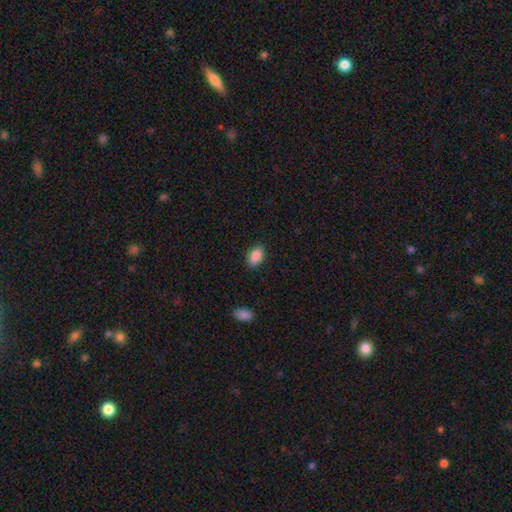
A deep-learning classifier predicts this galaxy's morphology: A smooth galaxy with no disk features (87%) that is in between round and cigar-shaped (90%).

Vote fractions:
- Smooth or featured? smooth: 87% / star or artifact: 8% / featured or disk: 5%
- How rounded? in between: 90% / round: 7% / cigar-shaped: 3%
- Merging? none: 85% / minor disturbance: 11% / major disturbance: 2% / merger: 1%